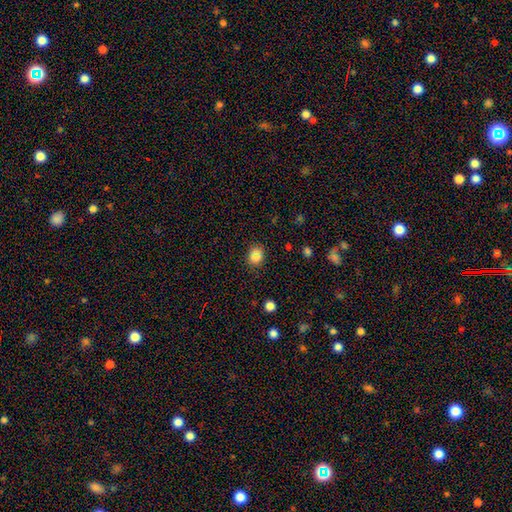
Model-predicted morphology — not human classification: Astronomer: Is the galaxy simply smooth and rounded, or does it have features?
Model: smooth — 81%.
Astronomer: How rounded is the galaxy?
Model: round — 71%.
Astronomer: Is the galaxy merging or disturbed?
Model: none — 77%.